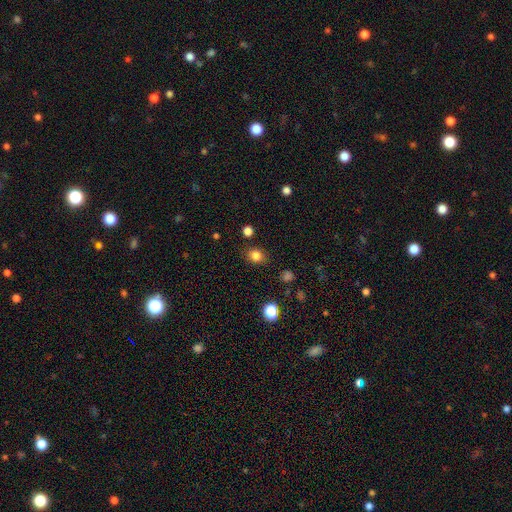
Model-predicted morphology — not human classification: smooth_or_featured: smooth (p=0.82) [alt: star or artifact p=0.13]
how_rounded: round (p=0.64) [alt: in between p=0.35]
merging: none (p=0.84) [alt: minor disturbance p=0.10]